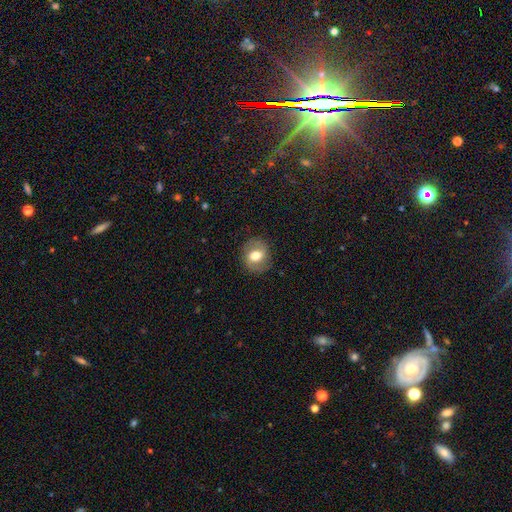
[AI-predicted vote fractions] Smooth or featured?
  - smooth: 48% *
  - featured or disk: 43%
  - star or artifact: 9%
Merging?
  - none: 81% *
  - minor disturbance: 12%
  - major disturbance: 5%
  - merger: 1%